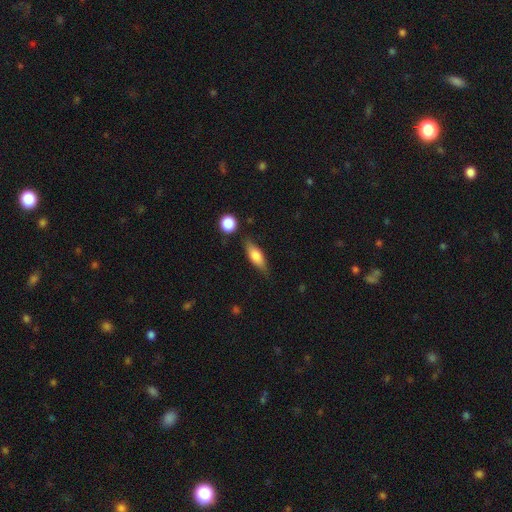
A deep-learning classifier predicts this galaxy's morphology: Smooth or featured?
  - smooth: 67% *
  - featured or disk: 26%
  - star or artifact: 7%
How rounded?
  - in between: 63% *
  - cigar-shaped: 33%
  - round: 4%
Merging?
  - none: 74% *
  - minor disturbance: 18%
  - major disturbance: 4%
  - merger: 4%